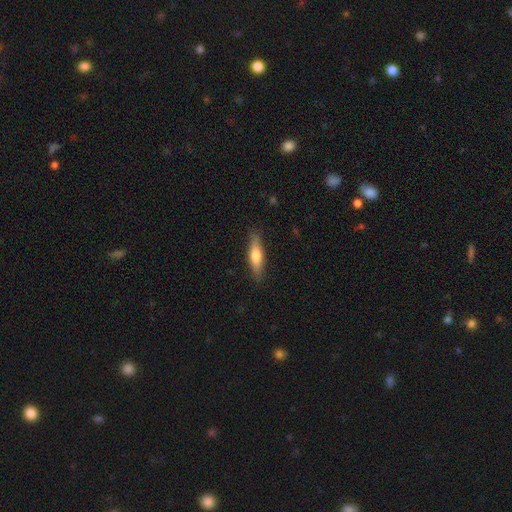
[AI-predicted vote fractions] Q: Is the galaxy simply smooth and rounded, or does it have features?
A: smooth — 63%.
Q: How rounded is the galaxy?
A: cigar-shaped — 67%.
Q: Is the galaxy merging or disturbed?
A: none — 86%.